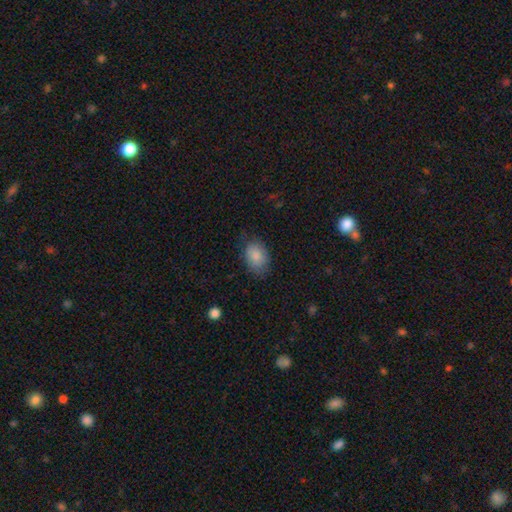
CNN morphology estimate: smooth_or_featured: smooth (p=0.87) [alt: star or artifact p=0.07]
how_rounded: in between (p=0.83) [alt: round p=0.16]
merging: none (p=0.74) [alt: minor disturbance p=0.19]